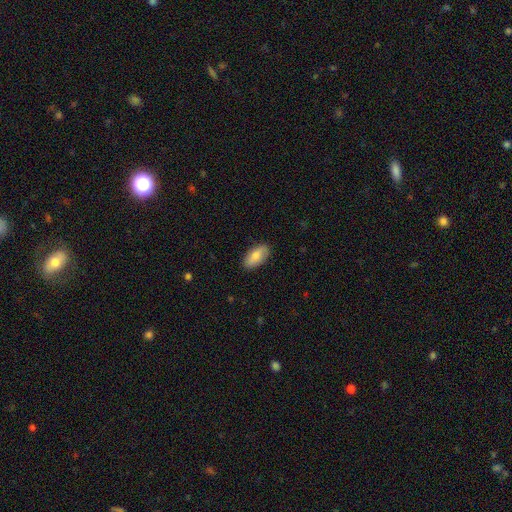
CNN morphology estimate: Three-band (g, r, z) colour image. It shows a smooth galaxy with no disk features (77%) that is in between round and cigar-shaped (91%). Merging: none (88%).